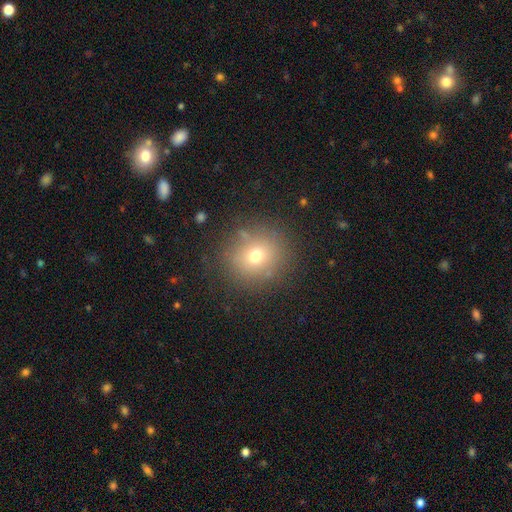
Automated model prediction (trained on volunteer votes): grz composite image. It shows a smooth galaxy with no disk features (68%) that is round (86%). Merging: none (83%).